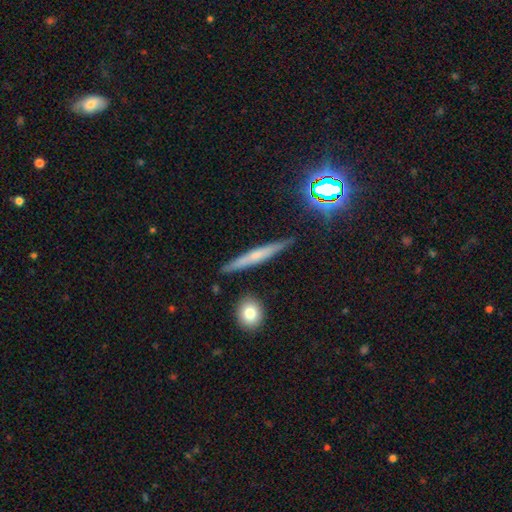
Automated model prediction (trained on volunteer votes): smooth-or-featured: featured or disk: 47% | smooth: 41% | star or artifact: 12%
  merging: none: 87% | minor disturbance: 9% | merger: 2% | major disturbance: 2%